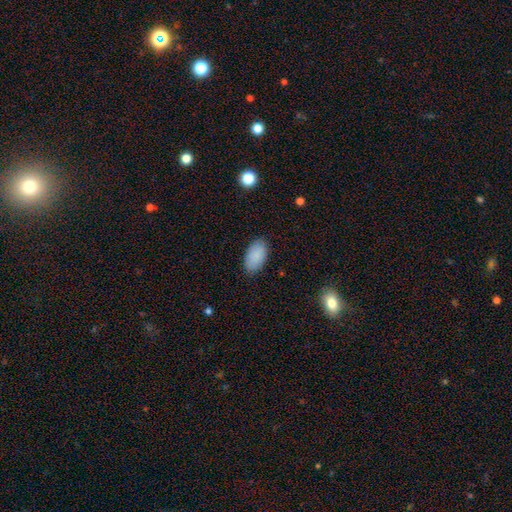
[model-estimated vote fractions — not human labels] The model was most divided on "merging": none: 86%, minor disturbance: 11%, major disturbance: 2%, merger: 1%. More confident: how rounded — in between (95%); smooth or featured — smooth (90%).